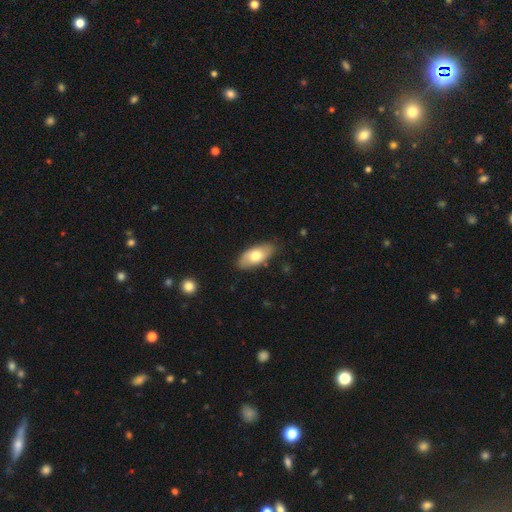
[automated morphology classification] smooth_or_featured: smooth (p=0.69) [alt: featured or disk p=0.25]
how_rounded: in between (p=0.89) [alt: cigar-shaped p=0.08]
merging: none (p=0.83) [alt: minor disturbance p=0.13]